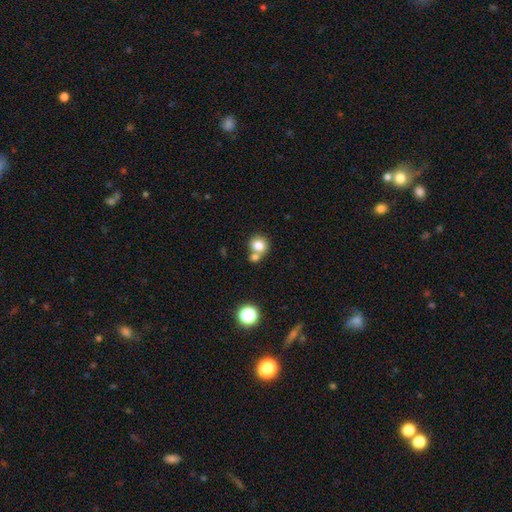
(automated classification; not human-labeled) smooth 79%, star or artifact 11%, featured or disk 10%. Down the decision tree: how rounded — round (85%); merging — none (48%).